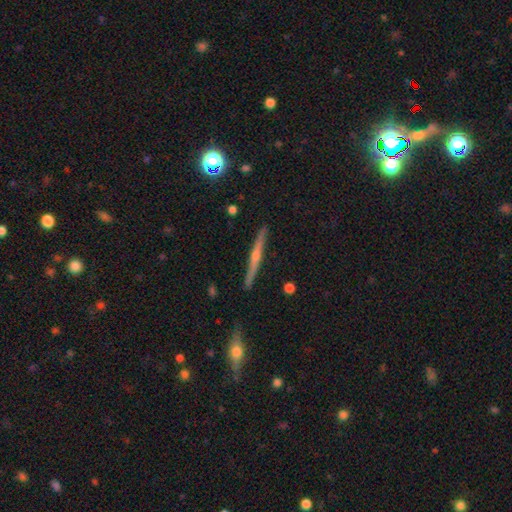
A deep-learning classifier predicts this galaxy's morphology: This is likely a featured or disk galaxy (66%). It is clearly viewed edge-on (96%). Edge-on bulge: likely rounded (78%). Merging: clearly none (88%).